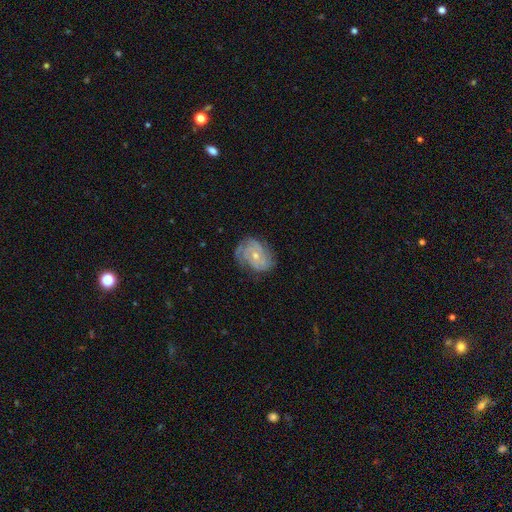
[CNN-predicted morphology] Smooth or featured?
  - featured or disk: 79% *
  - smooth: 15%
  - star or artifact: 6%
Edge-on disk?
  - no: 97% *
  - yes: 3%
Bar?
  - no: 73% *
  - weak: 22%
  - strong: 4%
Spiral arms?
  - yes: 93% *
  - no: 7%
Spiral winding?
  - tight: 62% *
  - medium: 29%
  - loose: 9%
Spiral arm count?
  - 2: 33% *
  - can't tell: 28%
  - 3: 23%
  - 4: 7%
  - 1: 5%
  - more than 4: 4%
Bulge size?
  - small: 54% *
  - moderate: 43%
  - large: 1%
  - none: 1%
  - dominant: 1%
Merging?
  - none: 67% *
  - minor disturbance: 23%
  - major disturbance: 9%
  - merger: 1%